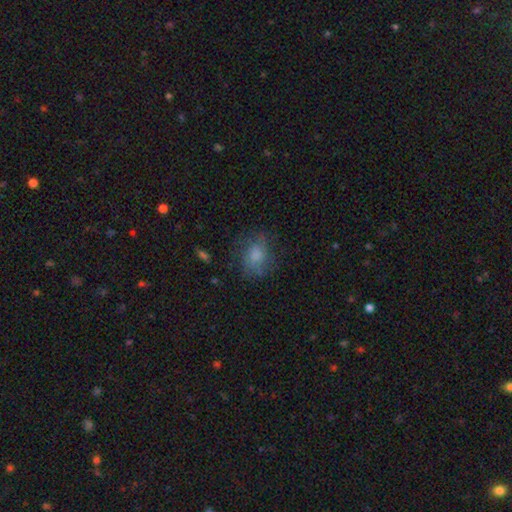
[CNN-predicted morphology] Overall: smooth (68%). How rounded: round (50%; in between 49%). Merging: none (63%).